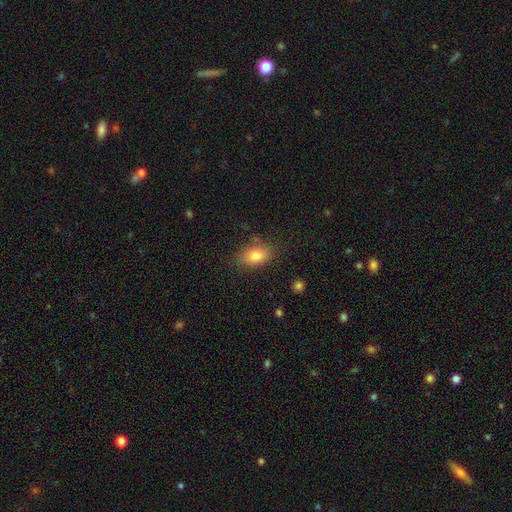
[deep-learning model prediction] Smooth or featured? smooth (80%)
How rounded? in between (86%)
Merging? none (78%)